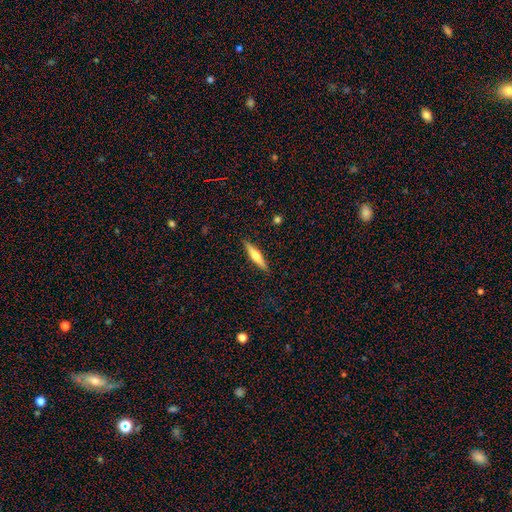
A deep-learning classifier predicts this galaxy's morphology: The model was most divided on "smooth or featured": featured or disk: 50%, smooth: 44%, star or artifact: 5%. More confident: edge-on disk — yes (95%); merging — none (90%).